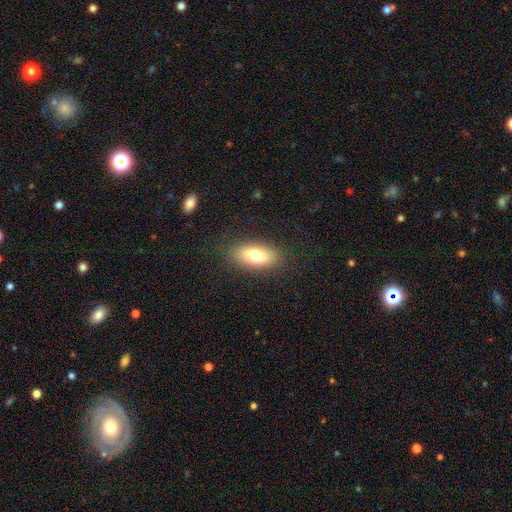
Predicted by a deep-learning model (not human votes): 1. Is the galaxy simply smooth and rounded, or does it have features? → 75% smooth, 18% featured or disk, 7% star or artifact.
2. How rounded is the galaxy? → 85% in between, 12% cigar-shaped, 4% round.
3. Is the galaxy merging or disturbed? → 85% none, 11% minor disturbance, 3% major disturbance, 1% merger.